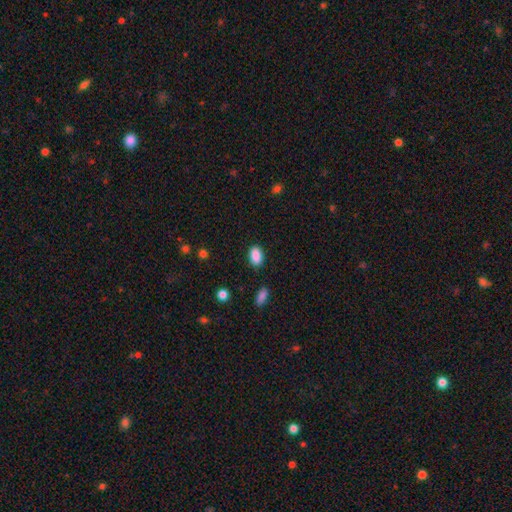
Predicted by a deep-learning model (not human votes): This is clearly a smooth galaxy (89%). How rounded: clearly in between (90%). Merging: clearly none (86%).